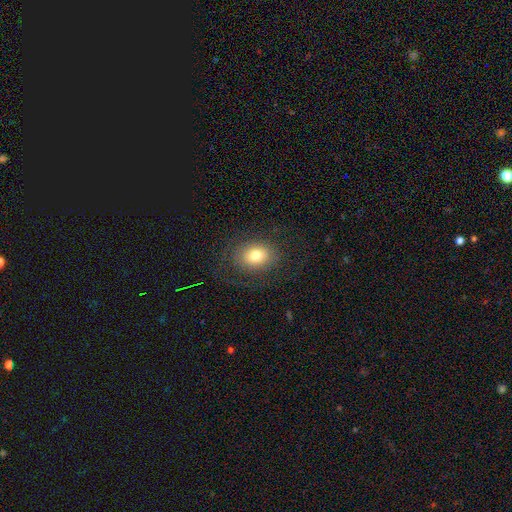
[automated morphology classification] This is likely a smooth galaxy (73%). How rounded: possibly in between (59%). Merging: likely none (78%).